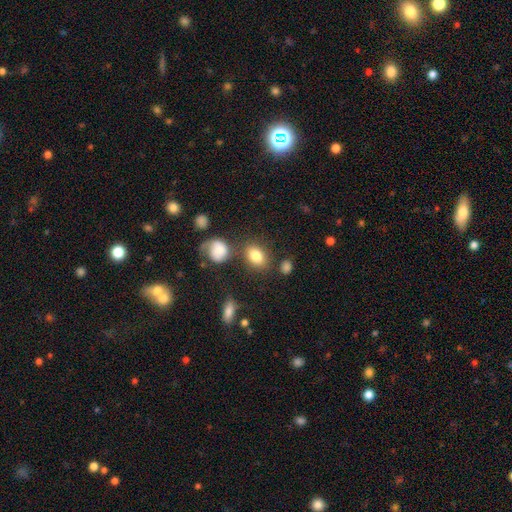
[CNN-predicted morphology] smooth 82%, featured or disk 9%, star or artifact 9%. Down the decision tree: how rounded — in between (75%); merging — none (71%).